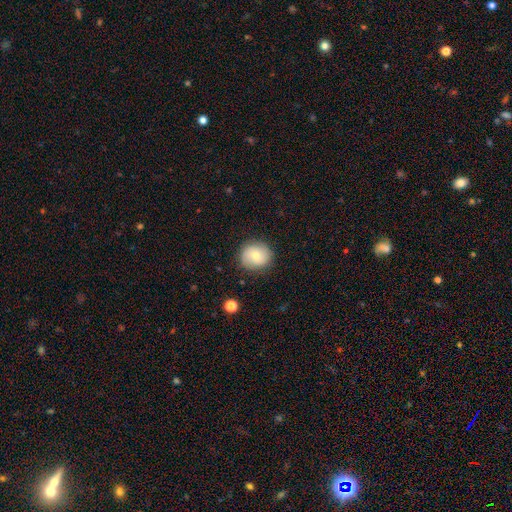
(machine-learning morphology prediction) smooth_or_featured: smooth (p=0.68) [alt: featured or disk p=0.24]
how_rounded: round (p=0.83) [alt: in between p=0.16]
merging: none (p=0.84) [alt: minor disturbance p=0.12]